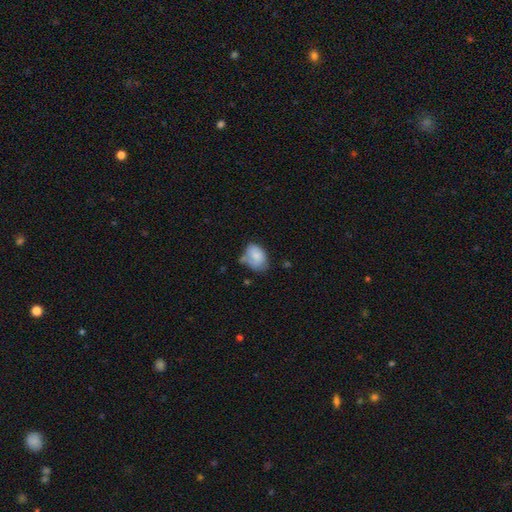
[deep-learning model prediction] A smooth galaxy with no disk features (80%) that is in between round and cigar-shaped (78%). Merging: none (42%).